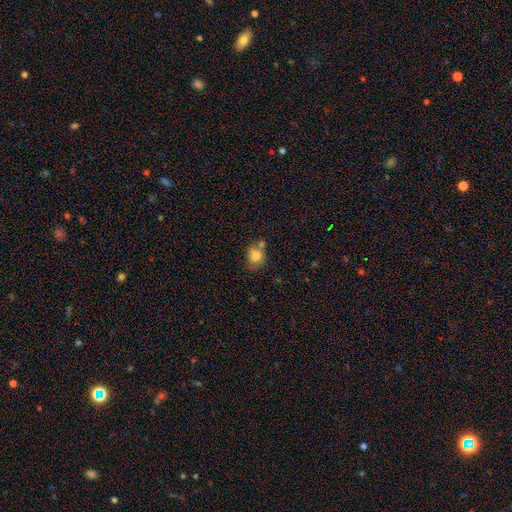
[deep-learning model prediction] Smooth or featured? smooth (77%)
How rounded? round (57%)
Merging? none (43%)